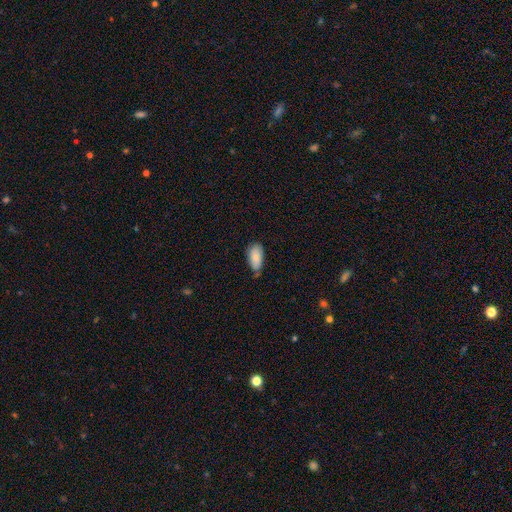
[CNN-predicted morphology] A smooth galaxy with no disk features (84%) that is in between round and cigar-shaped (93%).

Vote fractions:
- Smooth or featured? smooth: 84% / featured or disk: 10% / star or artifact: 7%
- How rounded? in between: 93% / cigar-shaped: 5% / round: 3%
- Merging? none: 57% / minor disturbance: 34% / major disturbance: 5% / merger: 4%